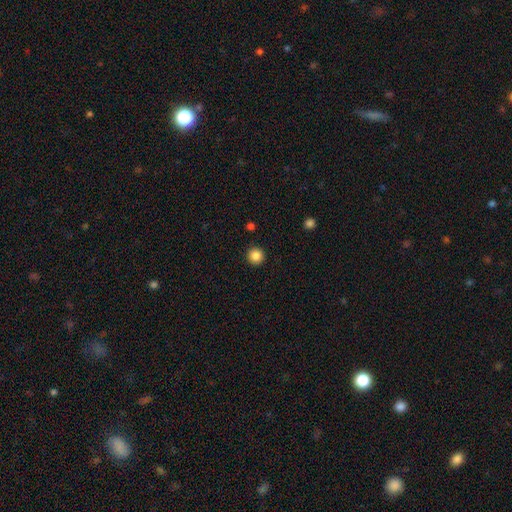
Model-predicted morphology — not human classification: smooth_or_featured: smooth (p=0.86) [alt: star or artifact p=0.10]
how_rounded: round (p=0.96) [alt: in between p=0.03]
merging: none (p=0.93) [alt: minor disturbance p=0.04]